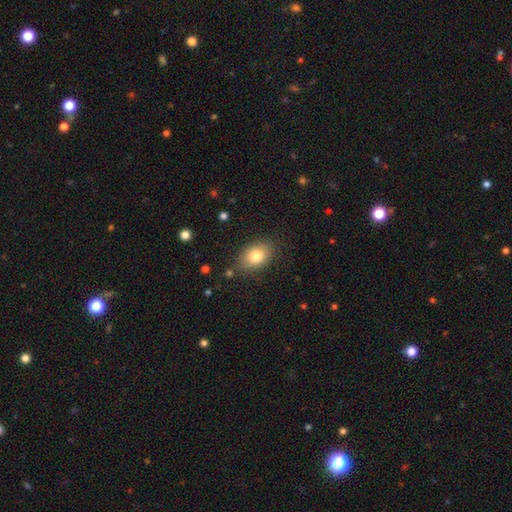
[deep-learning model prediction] Smooth or featured? Predicted: smooth (p=0.79). How rounded? Predicted: in between (p=0.78). Merging? Predicted: none (p=0.82).